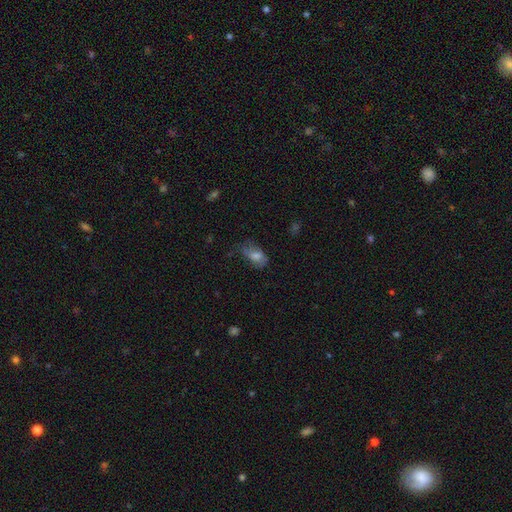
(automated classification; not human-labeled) smooth-or-featured: smooth: 64% | featured or disk: 25% | star or artifact: 12%
  how-rounded: in between: 87% | round: 8% | cigar-shaped: 4%
  merging: none: 48% | minor disturbance: 31% | major disturbance: 19% | merger: 2%